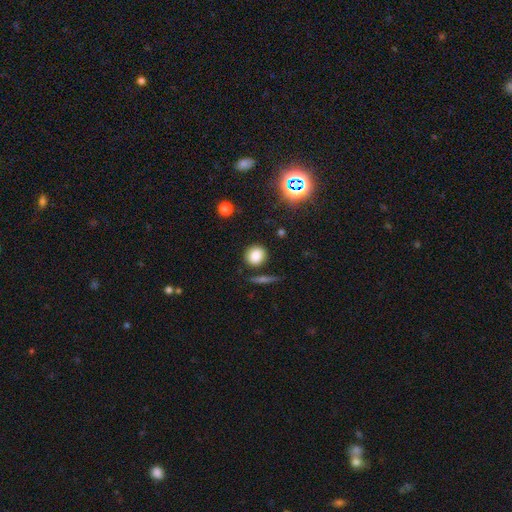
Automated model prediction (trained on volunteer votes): The model was most divided on "how rounded": round: 80%, in between: 18%, cigar-shaped: 2%. More confident: smooth or featured — smooth (82%); merging — none (81%).